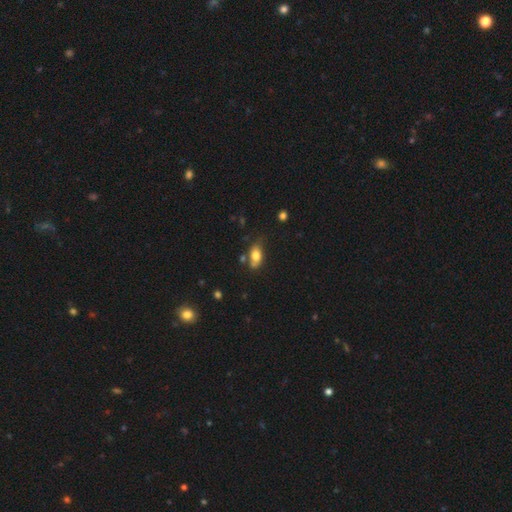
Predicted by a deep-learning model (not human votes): Smooth or featured? Predicted: smooth (p=0.77). How rounded? Predicted: in between (p=0.86). Merging? Predicted: none (p=0.55).